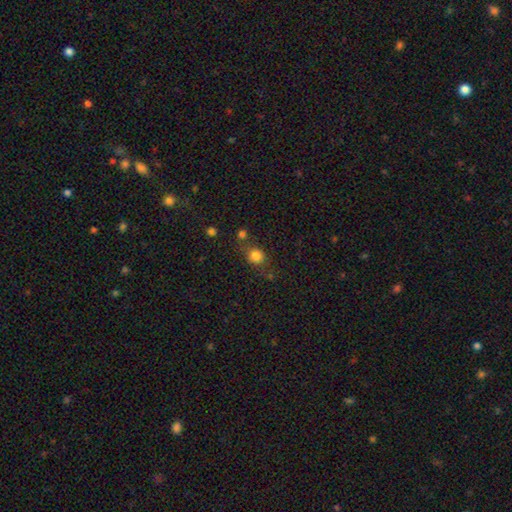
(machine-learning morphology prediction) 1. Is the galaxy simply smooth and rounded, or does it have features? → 81% smooth, 12% star or artifact, 6% featured or disk.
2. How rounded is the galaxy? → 78% round, 21% in between, 1% cigar-shaped.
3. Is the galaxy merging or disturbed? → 67% none, 16% minor disturbance, 11% merger, 6% major disturbance.